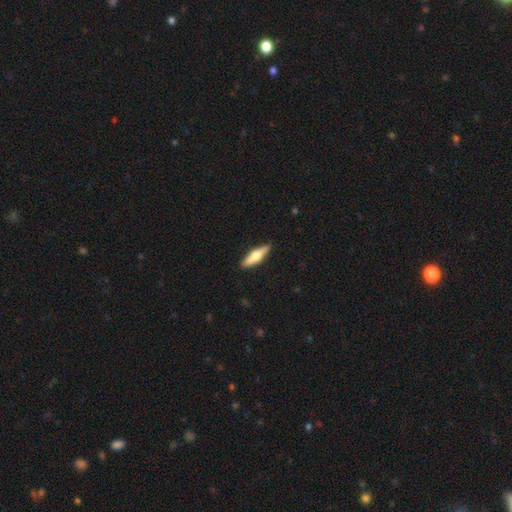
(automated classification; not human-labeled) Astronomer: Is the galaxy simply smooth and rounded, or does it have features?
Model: featured or disk — 50% (runner-up: smooth, 45%).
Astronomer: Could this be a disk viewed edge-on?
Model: yes — 93%.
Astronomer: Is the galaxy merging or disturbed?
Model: none — 89%.